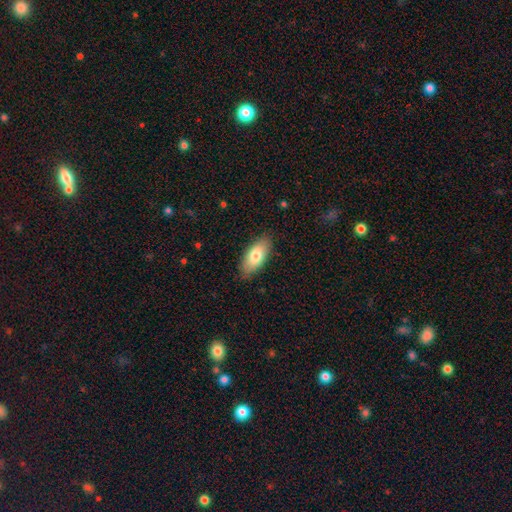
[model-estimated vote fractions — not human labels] A smooth galaxy with no disk features (77%) that is in between round and cigar-shaped (87%). Merging: none (85%).